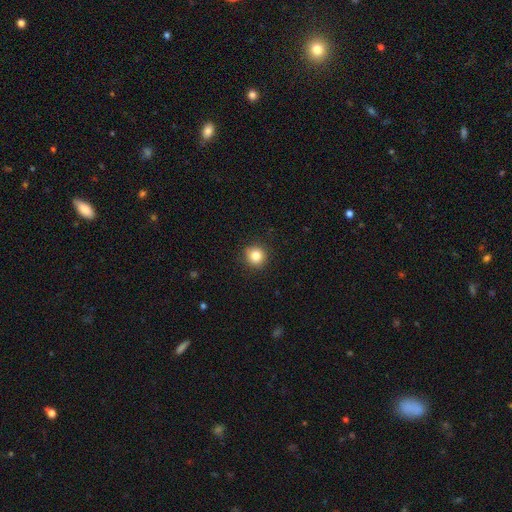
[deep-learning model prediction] Smooth or featured? Predicted: smooth (p=0.83). How rounded? Predicted: round (p=0.93). Merging? Predicted: none (p=0.89).